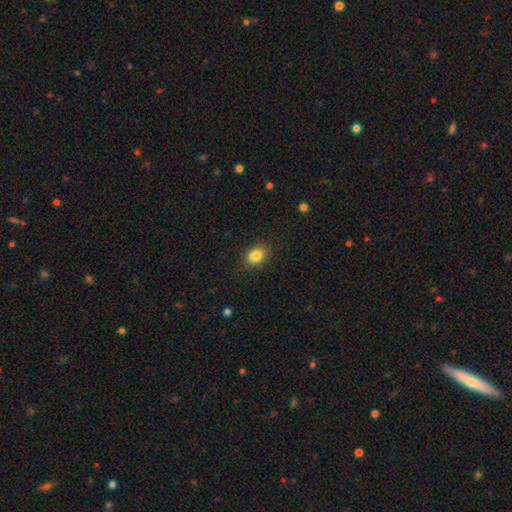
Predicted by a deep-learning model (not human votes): This is clearly a smooth galaxy (84%). How rounded: likely in between (62%). Merging: clearly none (80%).